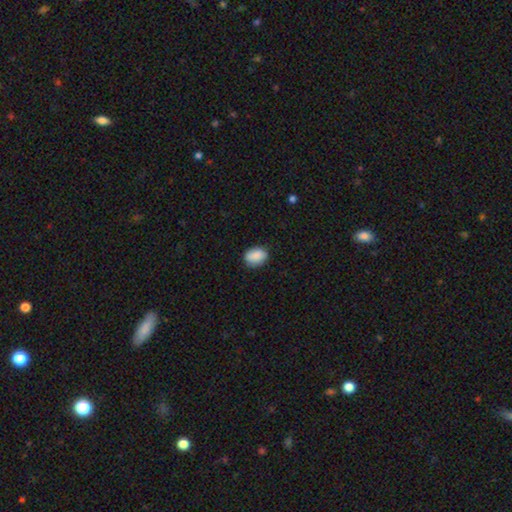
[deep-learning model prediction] A smooth galaxy with no disk features (87%) that is in between round and cigar-shaped (72%). Merging: none (81%).